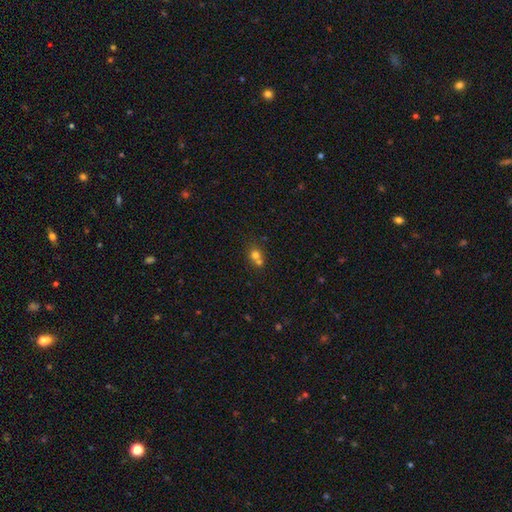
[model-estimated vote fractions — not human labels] Smooth or featured? Predicted: smooth (p=0.71). How rounded? Predicted: round (p=0.77). Merging? Predicted: merger (p=0.53).